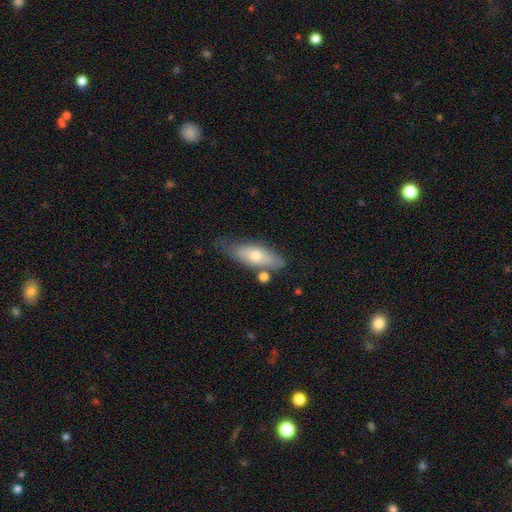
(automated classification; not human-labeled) Overall: smooth (62%; featured or disk 32%). How rounded: in between (57%; cigar-shaped 40%). Merging: none (63%).